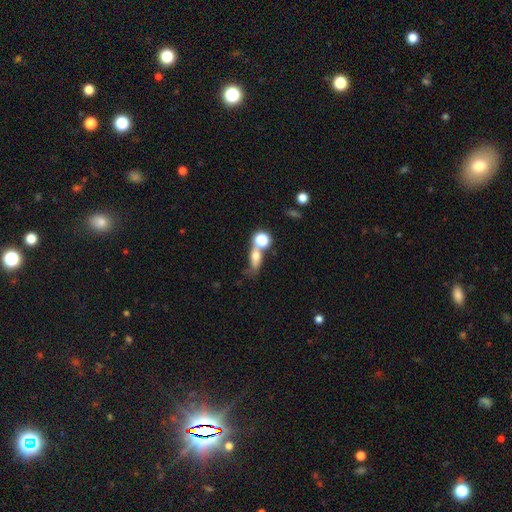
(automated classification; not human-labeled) A smooth galaxy with no disk features (66%) that is in between round and cigar-shaped (53%).

Vote fractions:
- Smooth or featured? smooth: 66% / featured or disk: 20% / star or artifact: 15%
- How rounded? in between: 53% / round: 30% / cigar-shaped: 17%
- Merging? merger: 41% / none: 36% / minor disturbance: 13% / major disturbance: 11%